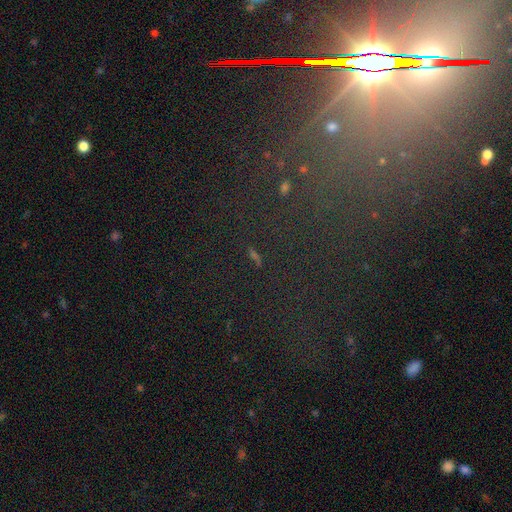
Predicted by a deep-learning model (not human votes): Smooth or featured? star or artifact (68%)